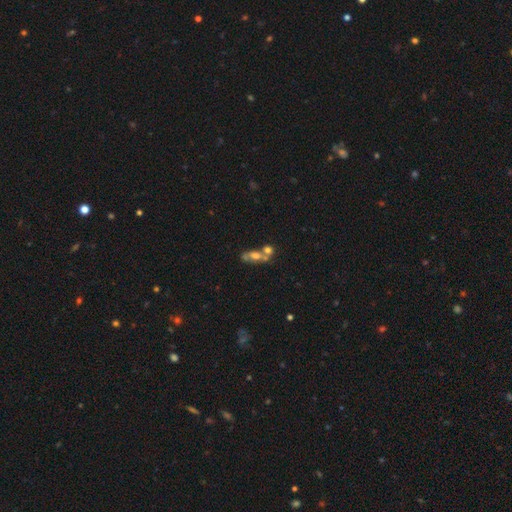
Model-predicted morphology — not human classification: Smooth or featured?
  - smooth: 45% *
  - featured or disk: 41%
  - star or artifact: 14%
Merging?
  - merger: 45% *
  - none: 35%
  - minor disturbance: 12%
  - major disturbance: 8%